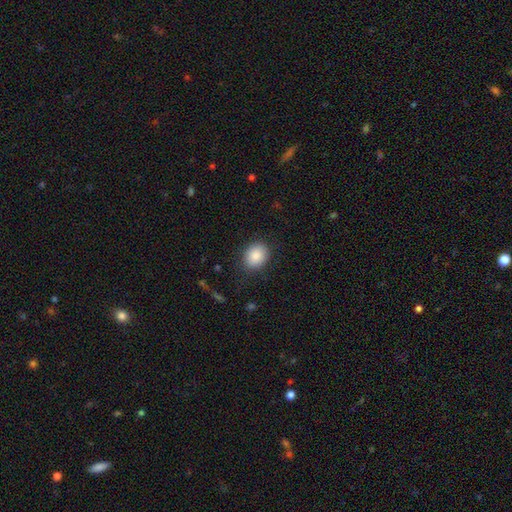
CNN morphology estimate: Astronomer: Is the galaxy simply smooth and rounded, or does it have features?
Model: smooth — 88%.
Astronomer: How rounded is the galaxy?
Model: in between — 52% (runner-up: round, 47%).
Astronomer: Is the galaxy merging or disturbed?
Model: none — 84%.